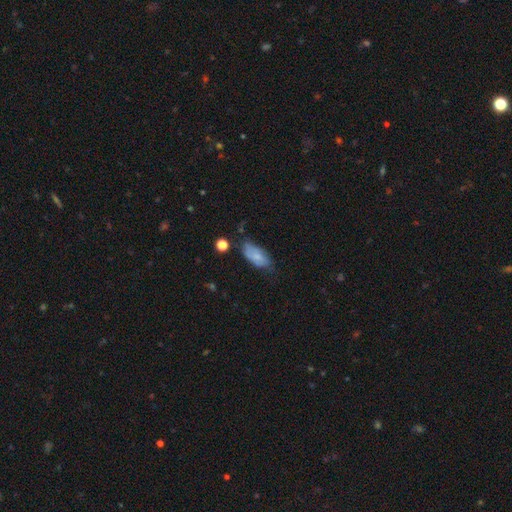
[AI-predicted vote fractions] Smooth or featured? Predicted: smooth (p=0.70). How rounded? Predicted: in between (p=0.89). Merging? Predicted: none (p=0.48).